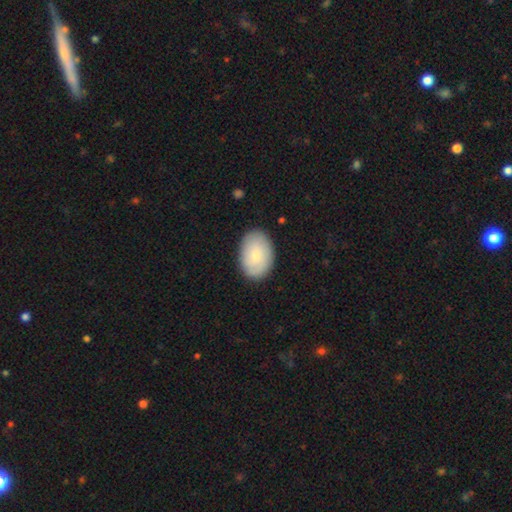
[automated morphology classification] smooth-or-featured: smooth: 75% | featured or disk: 19% | star or artifact: 6%
  how-rounded: in between: 85% | round: 14% | cigar-shaped: 1%
  merging: none: 85% | minor disturbance: 11% | major disturbance: 2% | merger: 1%